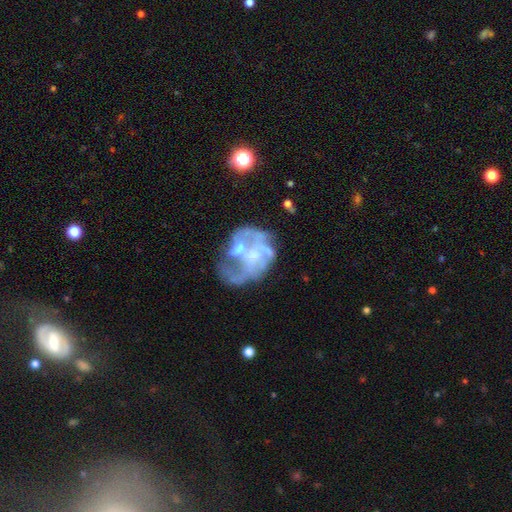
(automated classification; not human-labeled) The model was most divided on "spiral arms": no: 51%, yes: 49%. Remaining: edge-on disk — no (98%); smooth or featured — featured or disk (75%); bar — no (73%); bulge size — none (40%); merging — none (39%).